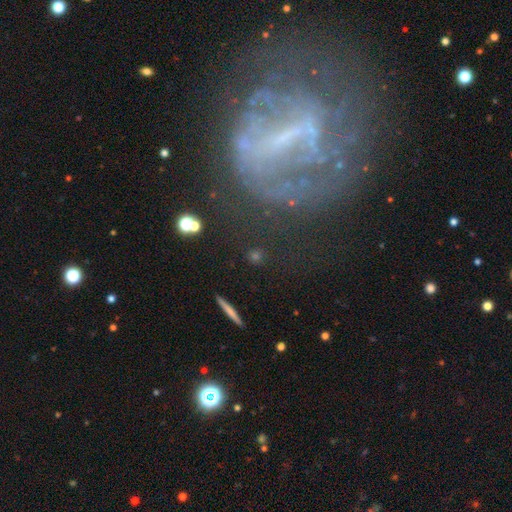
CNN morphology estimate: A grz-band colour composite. It shows a smooth galaxy with no disk features (47%). Merging: none (82%).